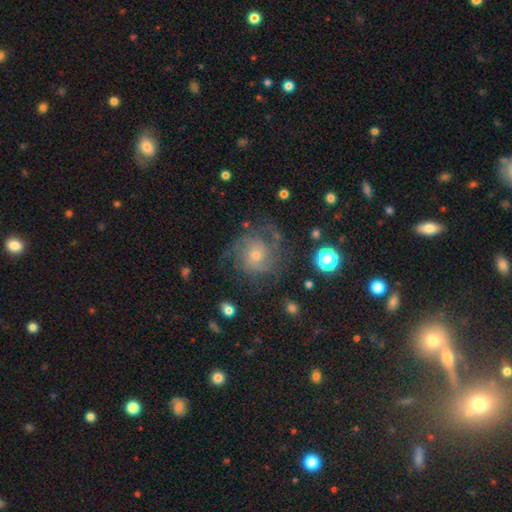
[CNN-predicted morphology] Q: Smooth or featured?
A: featured or disk (67%); runner-up: smooth (21%)
Q: Edge-on disk?
A: no (98%); runner-up: yes (2%)
Q: Bar?
A: no (80%); runner-up: weak (17%)
Q: Spiral arms?
A: yes (88%); runner-up: no (12%)
Q: Spiral winding?
A: tight (51%); runner-up: medium (36%)
Q: Spiral arm count?
A: can't tell (37%); runner-up: 2 (26%)
Q: Bulge size?
A: small (59%); runner-up: moderate (34%)
Q: Merging?
A: none (65%); runner-up: minor disturbance (18%)